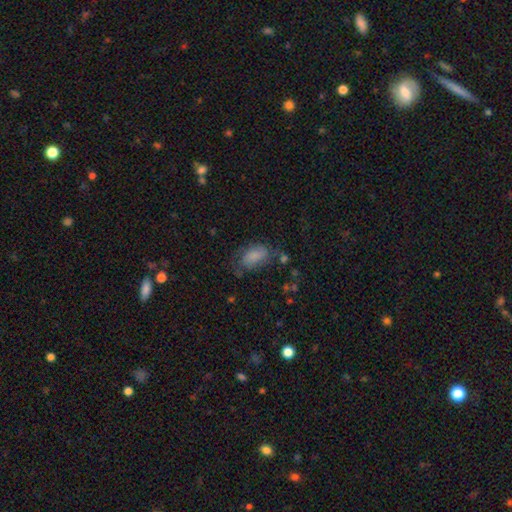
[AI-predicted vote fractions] A smooth galaxy with no disk features (74%) that is in between round and cigar-shaped (91%). Merging: none (51%).